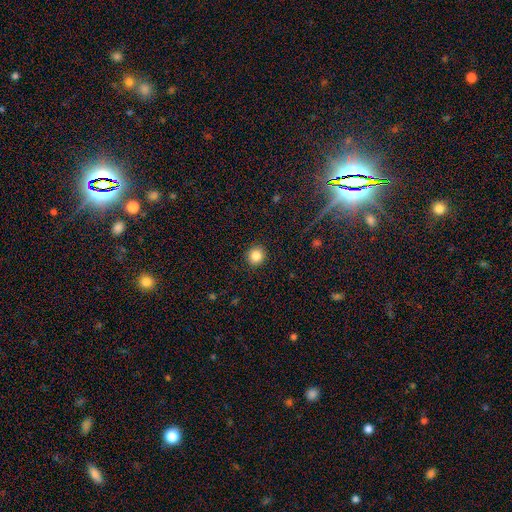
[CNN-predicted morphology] The model was most divided on "smooth or featured": smooth: 85%, star or artifact: 11%, featured or disk: 5%. More confident: how rounded — round (92%); merging — none (92%).